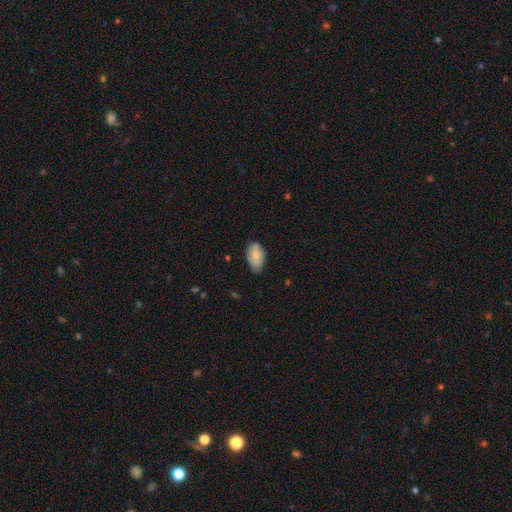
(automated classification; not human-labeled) smooth-or-featured: smooth: 81% | featured or disk: 13% | star or artifact: 6%
  how-rounded: in between: 93% | round: 5% | cigar-shaped: 2%
  merging: none: 70% | minor disturbance: 25% | major disturbance: 4% | merger: 1%